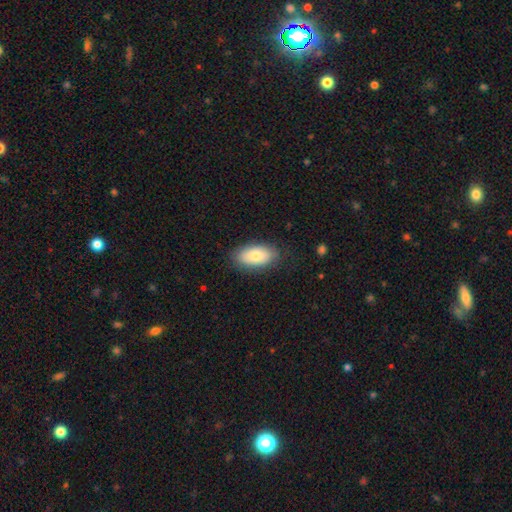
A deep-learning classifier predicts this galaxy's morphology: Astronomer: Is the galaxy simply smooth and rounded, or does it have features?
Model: smooth — 80%.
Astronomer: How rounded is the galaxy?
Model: in between — 93%.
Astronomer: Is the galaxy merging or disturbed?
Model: none — 82%.